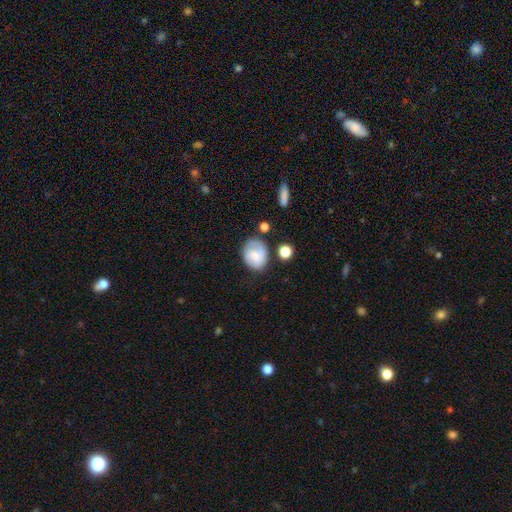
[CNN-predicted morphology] type=smooth (60%); roundness=in between (50%); merging=none (61%).